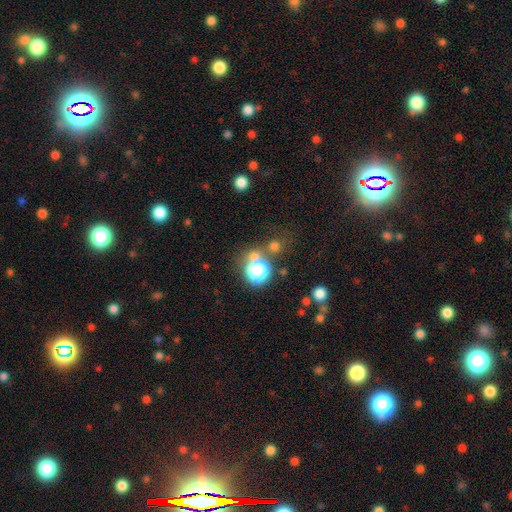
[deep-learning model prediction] star or artifact 59%, smooth 33%, featured or disk 8%.